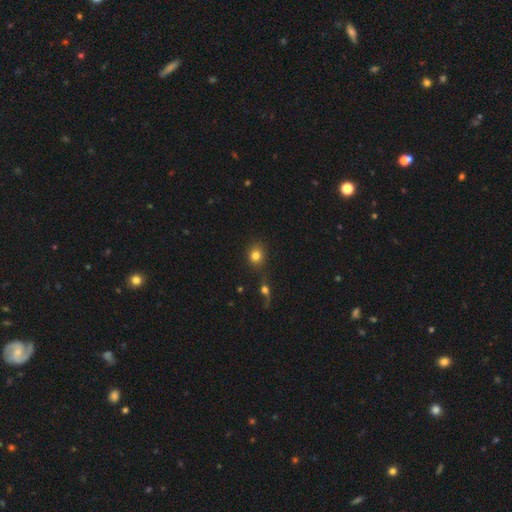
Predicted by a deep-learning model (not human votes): Smooth or featured?
  - smooth: 81% *
  - star or artifact: 11%
  - featured or disk: 7%
How rounded?
  - round: 79% *
  - in between: 20%
  - cigar-shaped: 1%
Merging?
  - none: 71% *
  - merger: 14%
  - minor disturbance: 10%
  - major disturbance: 5%